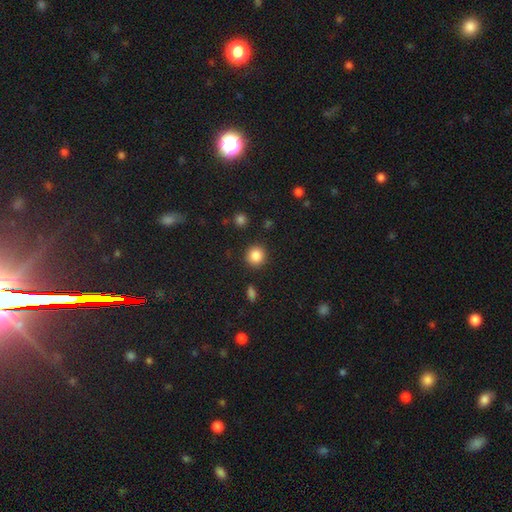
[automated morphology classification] This appears to be a smooth galaxy with no disk features (86%) that is round (90%). Merging: none (90%).